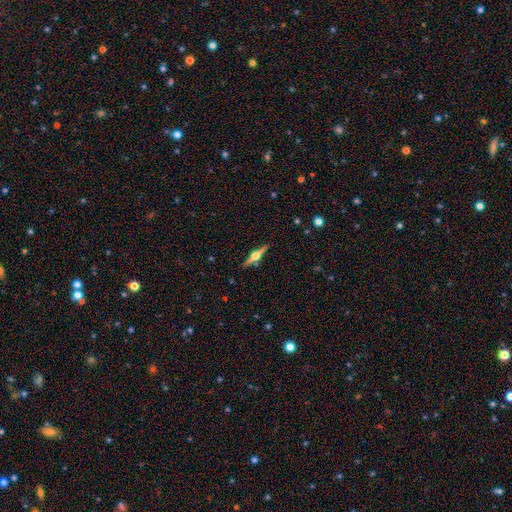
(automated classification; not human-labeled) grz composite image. It shows a featured or disk galaxy (80%) viewed edge-on (98%) with a rounded central bulge (94%). Merging: none (89%).